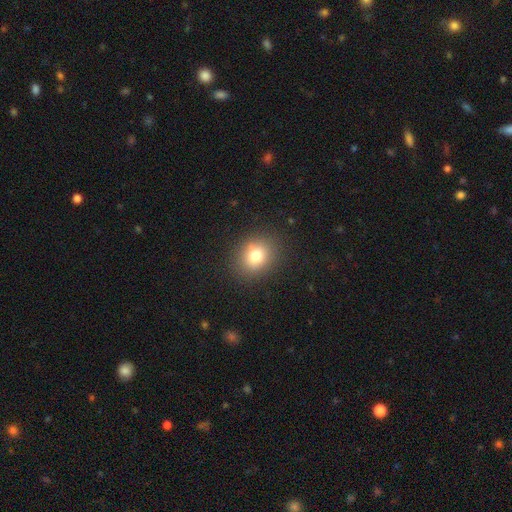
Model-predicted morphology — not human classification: Smooth or featured? Predicted: smooth (p=0.78). How rounded? Predicted: round (p=0.67). Merging? Predicted: none (p=0.87).